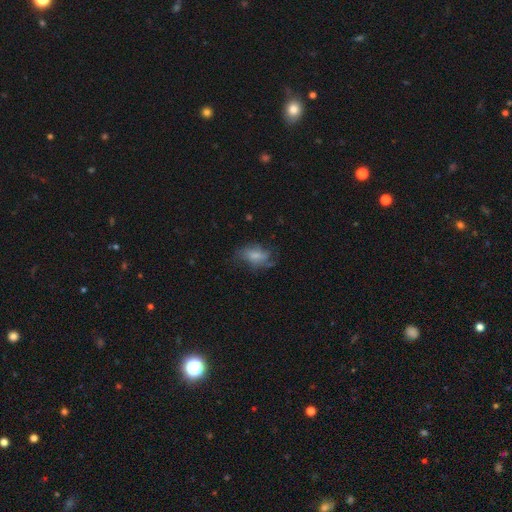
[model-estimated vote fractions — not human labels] This appears to be a smooth galaxy with no disk features (49%). Merging: none (46%).